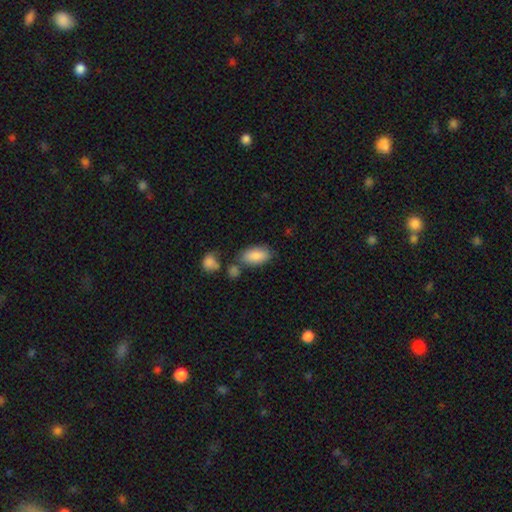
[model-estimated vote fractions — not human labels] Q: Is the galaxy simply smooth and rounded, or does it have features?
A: smooth — 86%.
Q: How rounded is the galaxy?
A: in between — 93%.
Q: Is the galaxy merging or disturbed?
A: none — 64%.